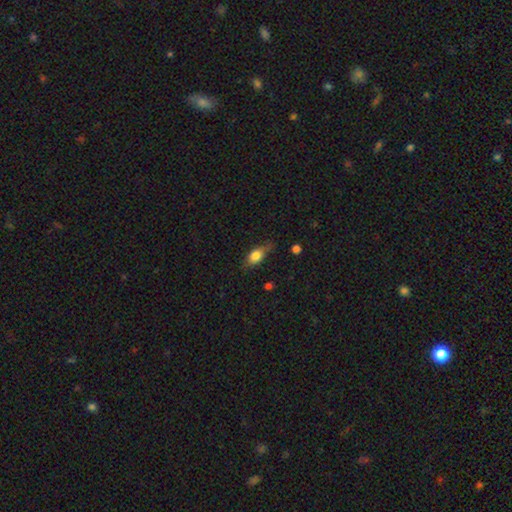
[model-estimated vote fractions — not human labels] A smooth galaxy with no disk features (73%) that is in between round and cigar-shaped (76%).

Vote fractions:
- Smooth or featured? smooth: 73% / featured or disk: 19% / star or artifact: 8%
- How rounded? in between: 76% / cigar-shaped: 14% / round: 10%
- Merging? none: 63% / minor disturbance: 28% / major disturbance: 7% / merger: 2%